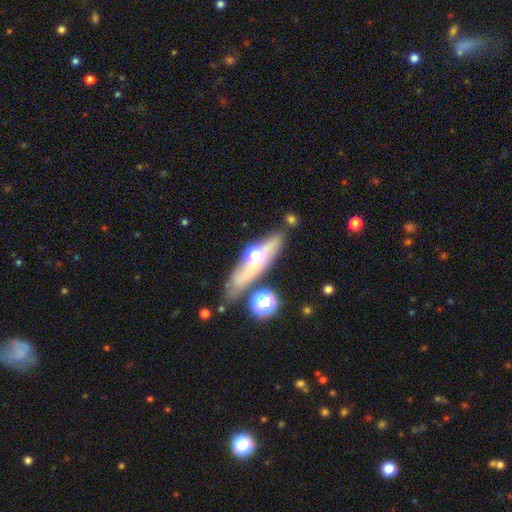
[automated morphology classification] Smooth or featured?
  - featured or disk: 44% *
  - smooth: 42%
  - star or artifact: 14%
Merging?
  - none: 68% *
  - minor disturbance: 15%
  - merger: 10%
  - major disturbance: 7%